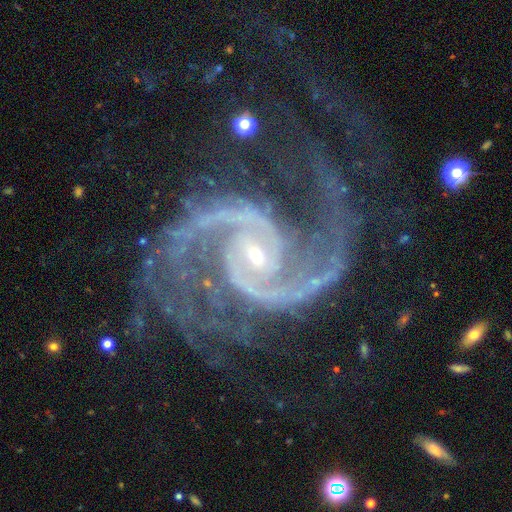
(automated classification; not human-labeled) Overall: featured or disk (94%). Edge-on disk: no (98%). Bar: no (51%; weak 34%). Spiral arms: yes (99%). Spiral arm count: 2 (83%). Spiral winding: medium (59%; tight 25%). Bulge size: small (76%). Merging: none (59%; major disturbance 20%).